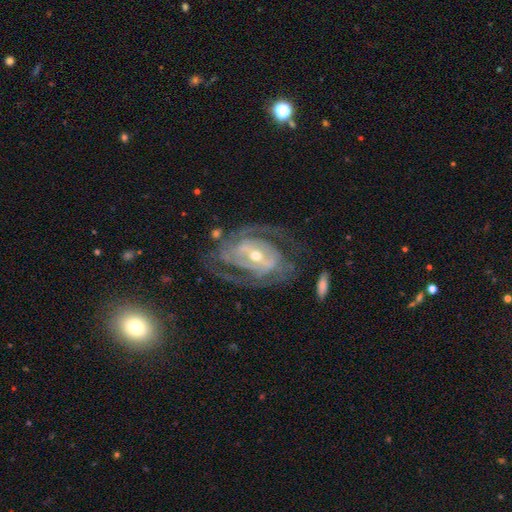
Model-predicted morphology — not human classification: Q: Smooth or featured?
A: featured or disk (89%); runner-up: smooth (6%)
Q: Edge-on disk?
A: no (96%); runner-up: yes (4%)
Q: Bar?
A: strong (43%); runner-up: weak (37%)
Q: Spiral arms?
A: yes (94%); runner-up: no (6%)
Q: Spiral winding?
A: tight (47%); runner-up: medium (41%)
Q: Spiral arm count?
A: 2 (51%); runner-up: 3 (18%)
Q: Bulge size?
A: moderate (49%); runner-up: small (47%)
Q: Merging?
A: none (64%); runner-up: minor disturbance (17%)